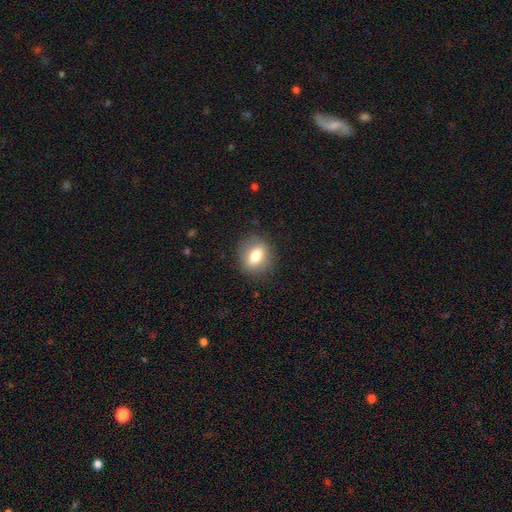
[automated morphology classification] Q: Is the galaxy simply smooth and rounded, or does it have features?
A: smooth — 72%.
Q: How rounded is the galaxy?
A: in between — 51%.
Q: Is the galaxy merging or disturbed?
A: none — 86%.